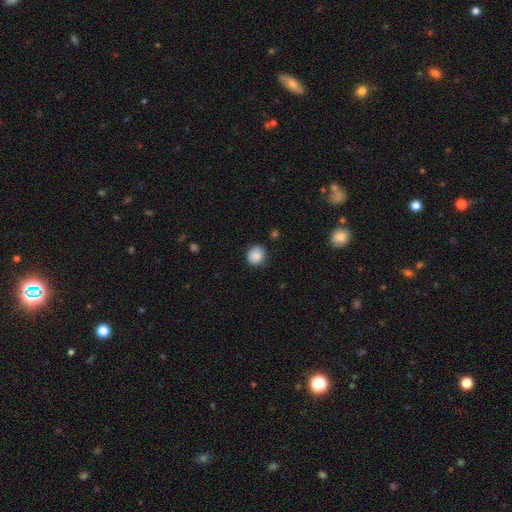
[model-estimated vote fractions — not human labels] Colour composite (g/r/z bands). It shows a smooth galaxy with no disk features (87%) that is round (78%). Merging: none (78%).